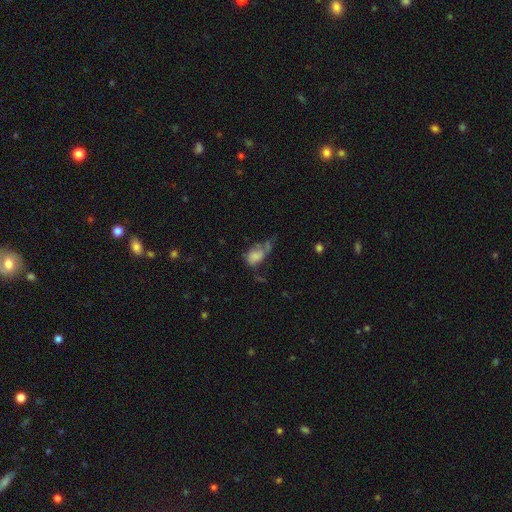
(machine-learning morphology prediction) This is likely a smooth galaxy (71%). How rounded: clearly in between (81%). Merging: marginally major disturbance (31%).